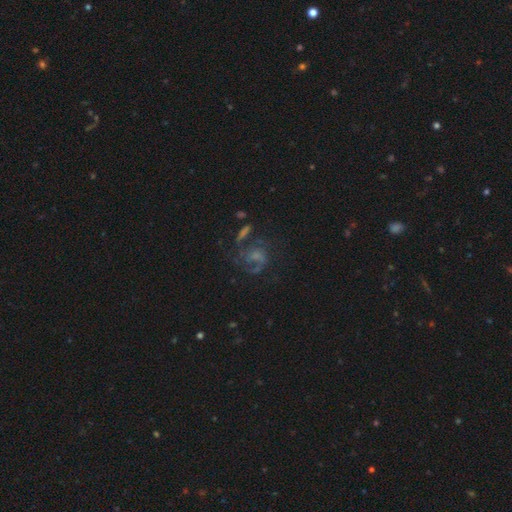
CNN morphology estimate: smooth_or_featured: featured or disk (p=0.62) [alt: star or artifact p=0.23]
disk_edge_on: no (p=0.97) [alt: yes p=0.03]
bar: no (p=0.52) [alt: weak p=0.37]
has_spiral_arms: yes (p=0.81) [alt: no p=0.19]
bulge_size: small (p=0.38) [alt: none p=0.27]
merging: none (p=0.50) [alt: major disturbance p=0.23]